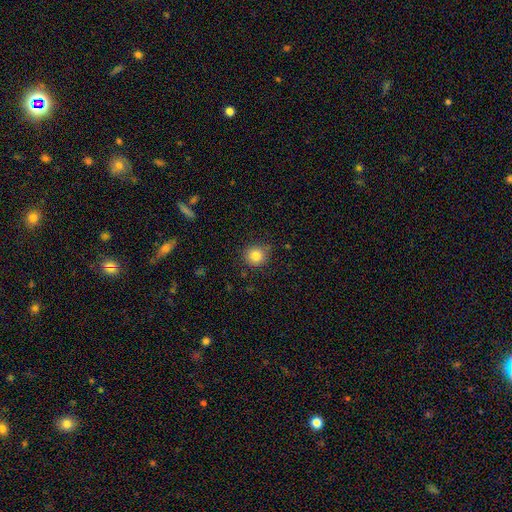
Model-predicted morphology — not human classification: smooth_or_featured: smooth (p=0.82) [alt: star or artifact p=0.11]
how_rounded: round (p=0.90) [alt: in between p=0.09]
merging: none (p=0.81) [alt: minor disturbance p=0.14]